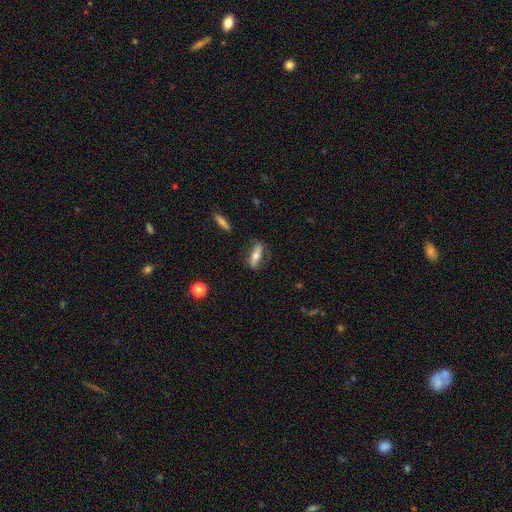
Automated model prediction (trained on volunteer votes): This appears to be a smooth galaxy with no disk features (50%) that is cigar-shaped (53%). Merging: none (75%).